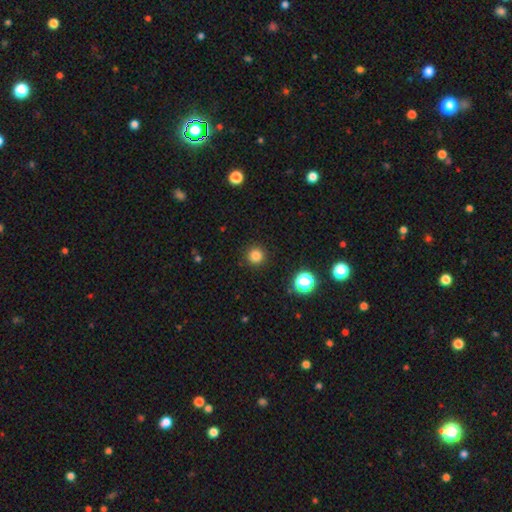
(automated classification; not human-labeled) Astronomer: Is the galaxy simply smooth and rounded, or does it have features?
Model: smooth — 82%.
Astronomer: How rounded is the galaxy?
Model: round — 95%.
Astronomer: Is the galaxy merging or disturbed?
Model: none — 92%.